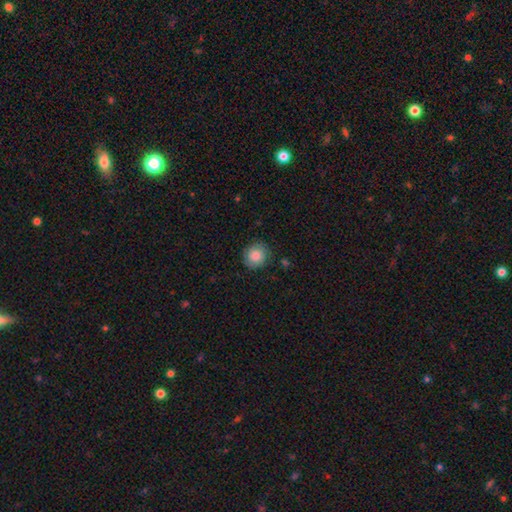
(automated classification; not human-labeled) Morphology: type=smooth (82%); roundness=round (86%); merging=none (83%).